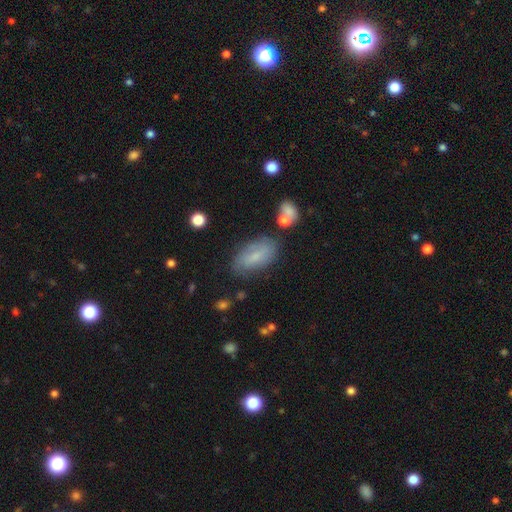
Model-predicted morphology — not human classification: smooth-or-featured: smooth: 62% | featured or disk: 30% | star or artifact: 9%
  how-rounded: in between: 89% | cigar-shaped: 7% | round: 3%
  merging: none: 69% | minor disturbance: 20% | major disturbance: 6% | merger: 5%